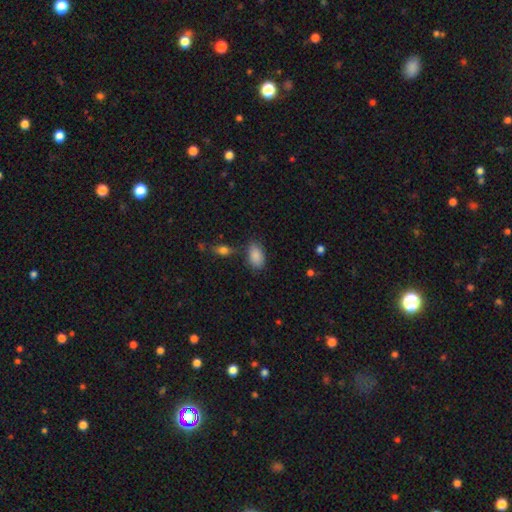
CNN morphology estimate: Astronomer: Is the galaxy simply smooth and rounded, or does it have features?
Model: smooth — 87%.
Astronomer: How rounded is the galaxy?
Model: in between — 93%.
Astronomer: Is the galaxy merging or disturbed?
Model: none — 72%.